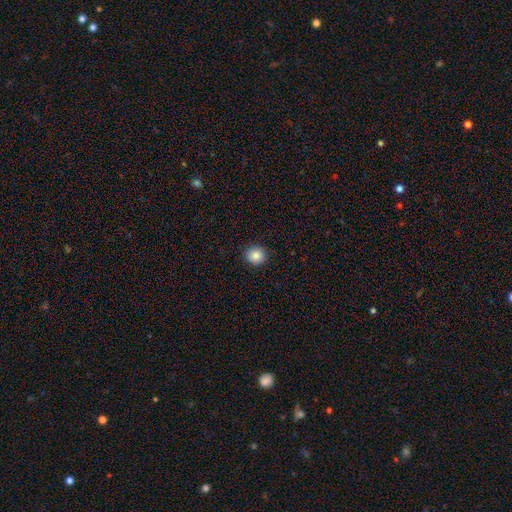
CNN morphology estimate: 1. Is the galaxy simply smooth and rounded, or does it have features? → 86% smooth, 9% star or artifact, 4% featured or disk.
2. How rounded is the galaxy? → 90% round, 9% in between, 1% cigar-shaped.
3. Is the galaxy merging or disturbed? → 91% none, 6% minor disturbance, 2% major disturbance, 1% merger.